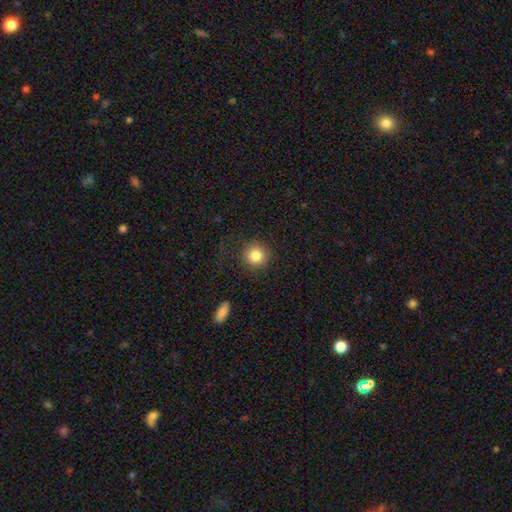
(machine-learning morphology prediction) smooth_or_featured: smooth (p=0.84) [alt: star or artifact p=0.10]
how_rounded: round (p=0.93) [alt: in between p=0.06]
merging: none (p=0.86) [alt: minor disturbance p=0.08]